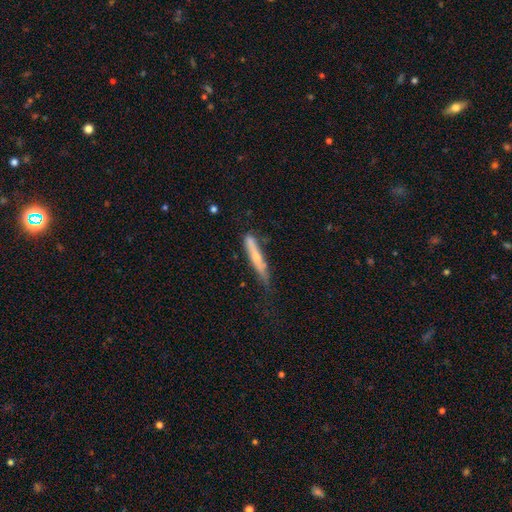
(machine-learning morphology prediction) smooth_or_featured: smooth (p=0.52) [alt: featured or disk p=0.41]
how_rounded: cigar-shaped (p=0.93) [alt: in between p=0.06]
merging: none (p=0.61) [alt: minor disturbance p=0.28]